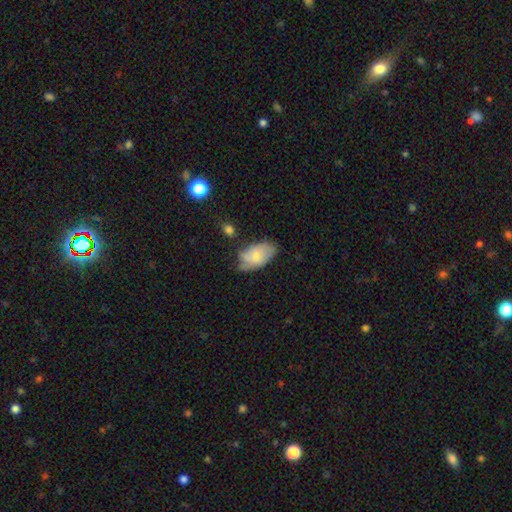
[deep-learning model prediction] Overall: smooth (62%; featured or disk 31%). How rounded: in between (93%). Merging: none (46%; minor disturbance 36%).